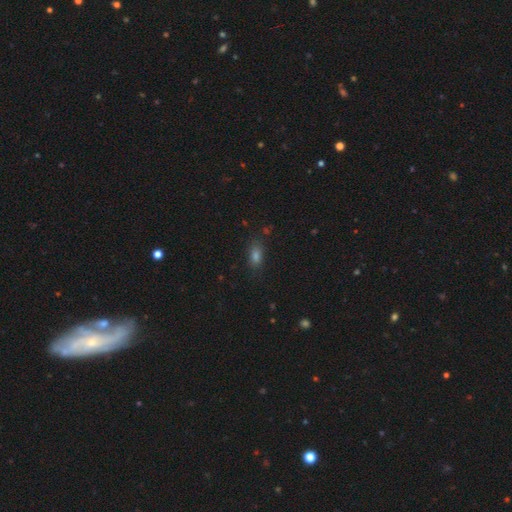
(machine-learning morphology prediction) Smooth or featured? Predicted: smooth (p=0.72). How rounded? Predicted: in between (p=0.79). Merging? Predicted: none (p=0.82).